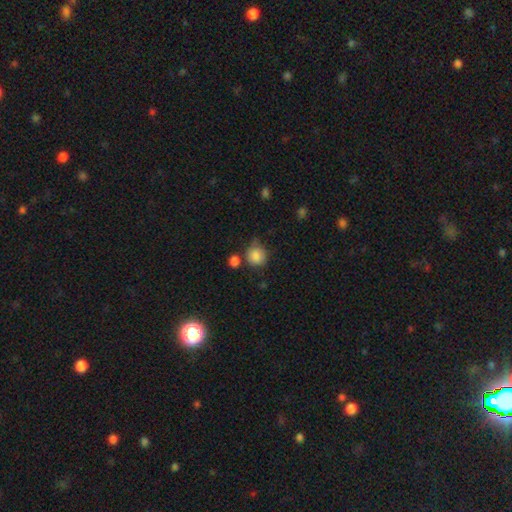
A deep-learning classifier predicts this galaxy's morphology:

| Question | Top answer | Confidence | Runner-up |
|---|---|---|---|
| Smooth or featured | smooth | 86% | star or artifact (9%) |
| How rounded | round | 86% | in between (13%) |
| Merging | none | 63% | minor disturbance (20%) |